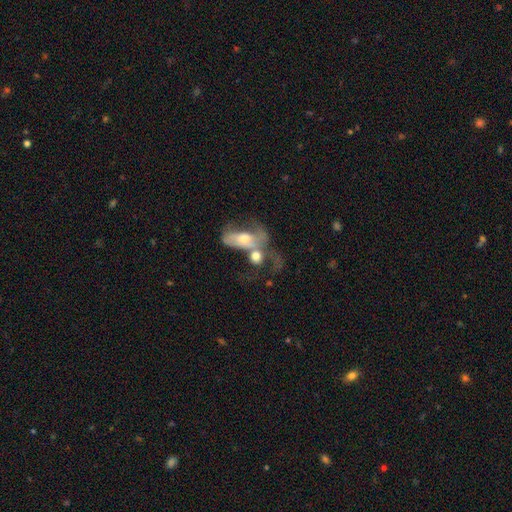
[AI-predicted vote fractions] This appears to be a smooth galaxy with no disk features (47%). Merging: merger (60%).